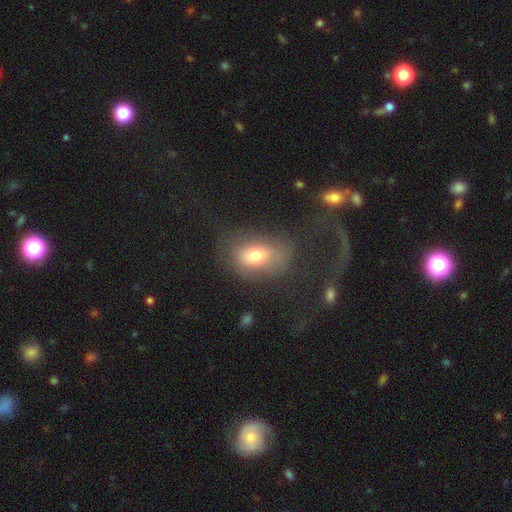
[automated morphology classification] Q: Smooth or featured?
A: smooth (70%); runner-up: featured or disk (17%)
Q: How rounded?
A: in between (67%); runner-up: round (31%)
Q: Merging?
A: none (56%); runner-up: minor disturbance (22%)